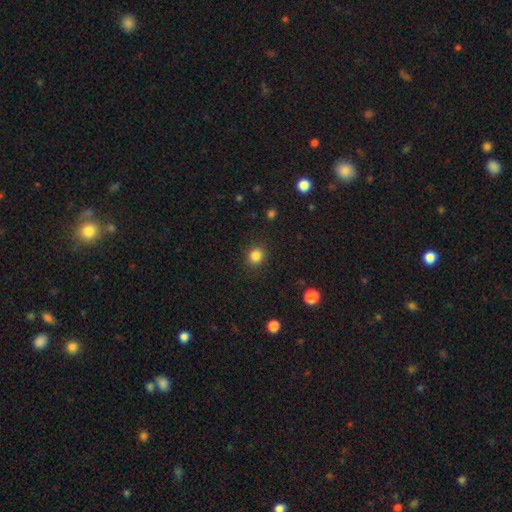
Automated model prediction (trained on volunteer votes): smooth_or_featured: smooth (p=0.84) [alt: star or artifact p=0.12]
how_rounded: round (p=0.83) [alt: in between p=0.16]
merging: none (p=0.89) [alt: minor disturbance p=0.07]